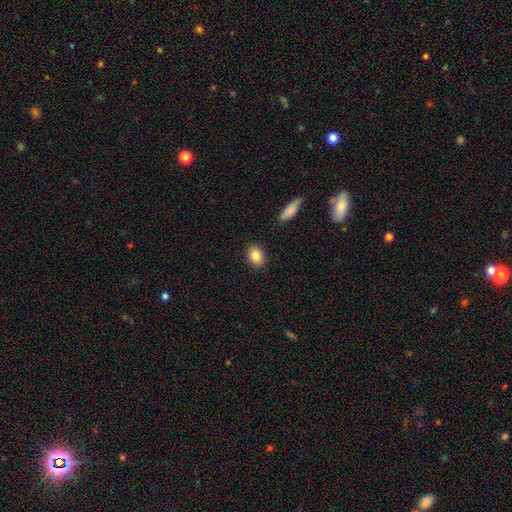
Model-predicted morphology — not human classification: type=smooth (85%); roundness=in between (69%); merging=none (88%).